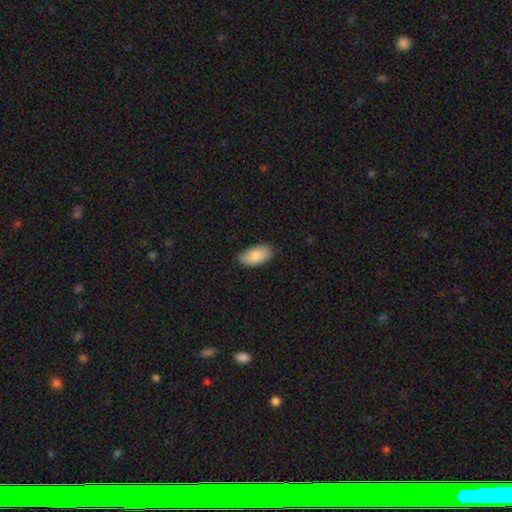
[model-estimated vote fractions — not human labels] smooth-or-featured: smooth: 86% | featured or disk: 8% | star or artifact: 6%
  how-rounded: in between: 94% | cigar-shaped: 3% | round: 2%
  merging: none: 82% | minor disturbance: 15% | major disturbance: 2% | merger: 1%